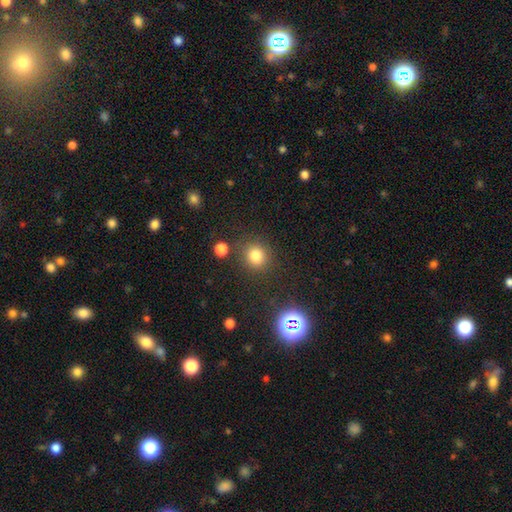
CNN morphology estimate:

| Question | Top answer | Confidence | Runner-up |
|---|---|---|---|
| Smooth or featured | smooth | 79% | star or artifact (15%) |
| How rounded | round | 87% | in between (12%) |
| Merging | none | 82% | minor disturbance (9%) |